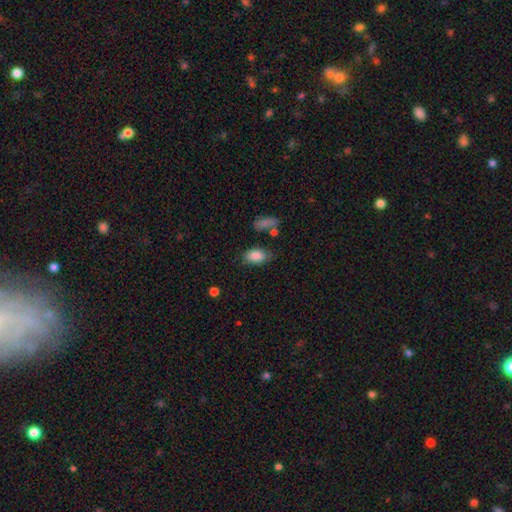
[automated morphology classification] Smooth or featured? smooth (85%)
How rounded? in between (91%)
Merging? none (70%)